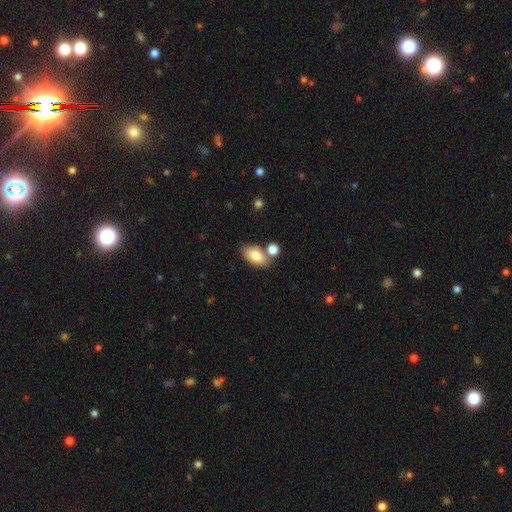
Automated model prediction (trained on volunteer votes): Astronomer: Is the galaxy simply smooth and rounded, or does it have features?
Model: smooth — 81%.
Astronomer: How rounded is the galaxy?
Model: in between — 90%.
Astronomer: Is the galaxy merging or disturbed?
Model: none — 66%.